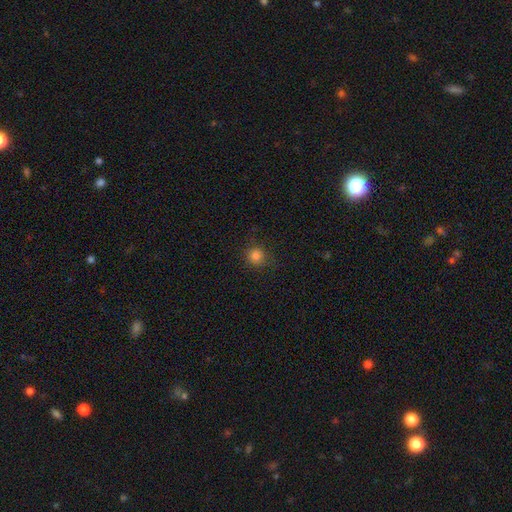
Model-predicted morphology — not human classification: Q: Smooth or featured?
A: smooth (83%); runner-up: star or artifact (13%)
Q: How rounded?
A: round (92%); runner-up: in between (7%)
Q: Merging?
A: none (85%); runner-up: minor disturbance (10%)